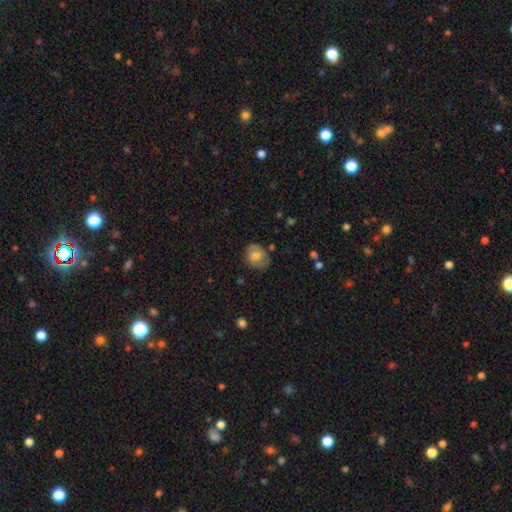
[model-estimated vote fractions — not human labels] Smooth or featured?
  - smooth: 67% *
  - featured or disk: 25%
  - star or artifact: 8%
How rounded?
  - round: 60% *
  - in between: 39%
  - cigar-shaped: 1%
Merging?
  - none: 73% *
  - minor disturbance: 20%
  - major disturbance: 5%
  - merger: 2%